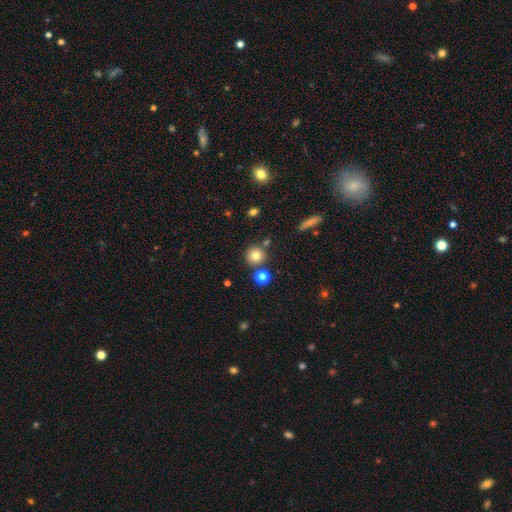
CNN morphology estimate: Overall: smooth (77%). How rounded: round (93%). Merging: none (80%).